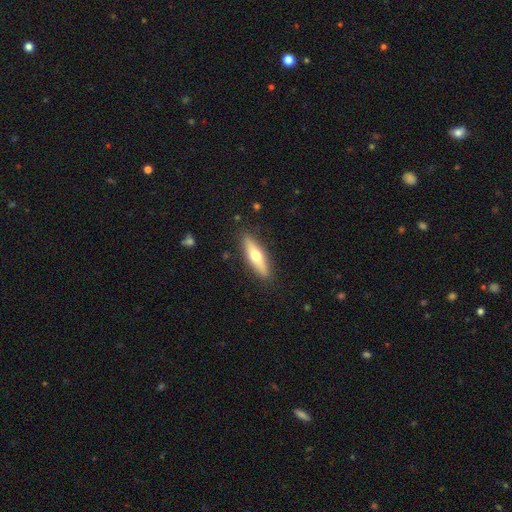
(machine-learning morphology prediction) Overall: smooth (53%; featured or disk 41%). How rounded: cigar-shaped (65%; in between 32%). Merging: none (88%).